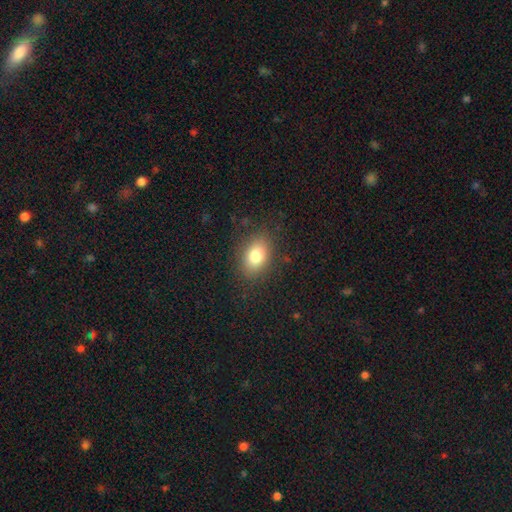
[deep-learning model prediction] Overall: smooth (79%). How rounded: in between (79%). Merging: none (85%).